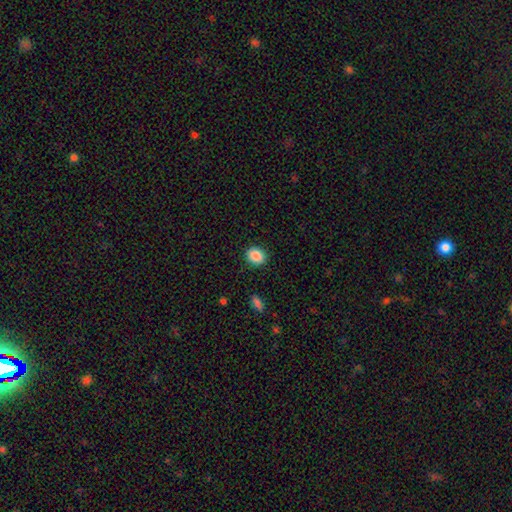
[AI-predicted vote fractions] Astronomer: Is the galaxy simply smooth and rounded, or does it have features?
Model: smooth — 88%.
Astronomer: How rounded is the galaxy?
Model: round — 57% (runner-up: in between, 42%).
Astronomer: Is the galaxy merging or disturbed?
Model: none — 88%.